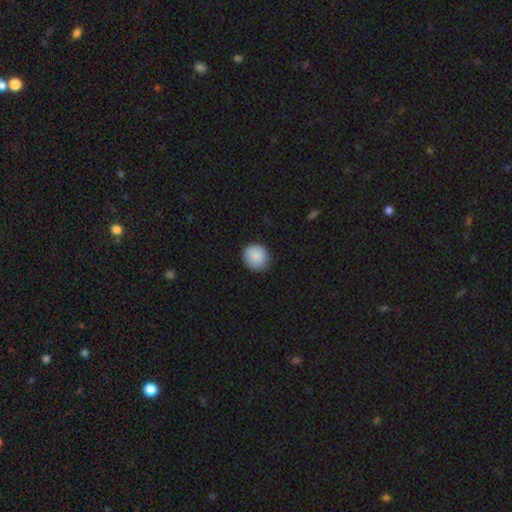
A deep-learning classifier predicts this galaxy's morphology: A smooth galaxy with no disk features (88%) that is round (86%).

Vote fractions:
- Smooth or featured? smooth: 88% / star or artifact: 7% / featured or disk: 4%
- How rounded? round: 86% / in between: 14% / cigar-shaped: 1%
- Merging? none: 85% / minor disturbance: 12% / major disturbance: 2% / merger: 1%